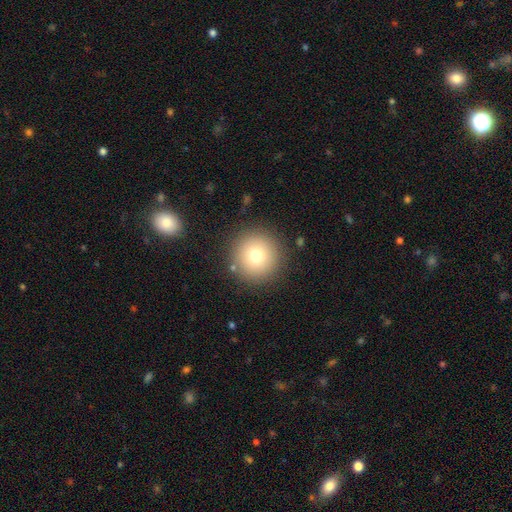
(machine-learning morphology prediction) Smooth or featured: smooth — 76% (star or artifact — 13%)
How rounded: round — 96% (in between — 3%)
Merging: none — 89% (minor disturbance — 7%)